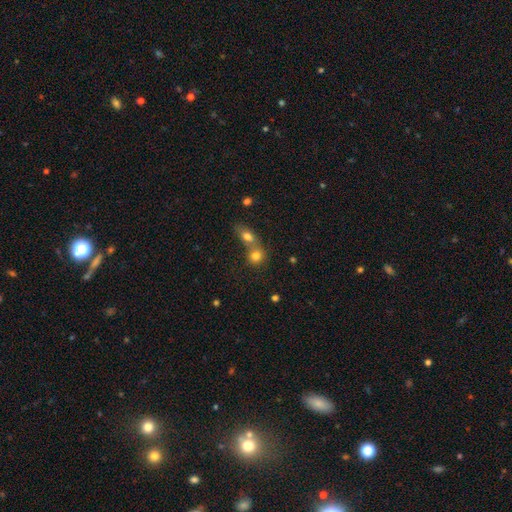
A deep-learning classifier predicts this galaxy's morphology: smooth-or-featured: smooth: 78% | star or artifact: 11% | featured or disk: 10%
  how-rounded: round: 73% | in between: 25% | cigar-shaped: 2%
  merging: merger: 58% | none: 34% | minor disturbance: 6% | major disturbance: 3%